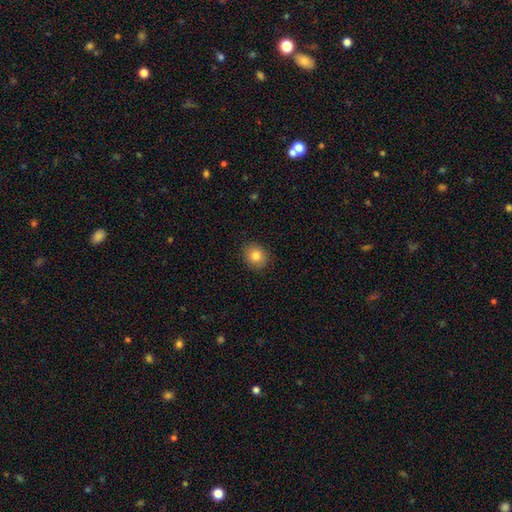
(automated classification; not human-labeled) Overall: smooth (83%). How rounded: round (66%; in between 33%). Merging: none (89%).